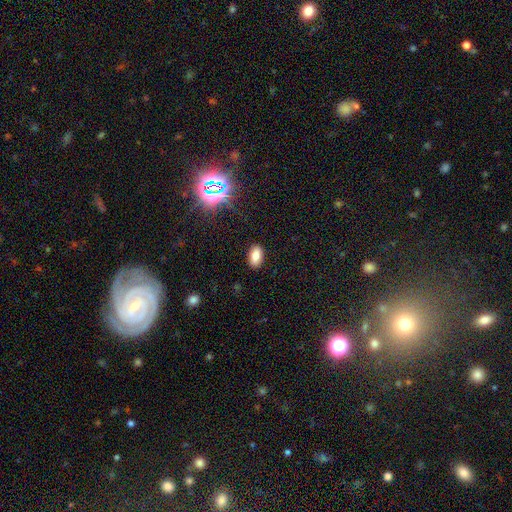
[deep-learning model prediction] smooth-or-featured: smooth: 79% | star or artifact: 12% | featured or disk: 9%
  how-rounded: in between: 92% | round: 5% | cigar-shaped: 3%
  merging: none: 89% | minor disturbance: 8% | major disturbance: 2% | merger: 1%